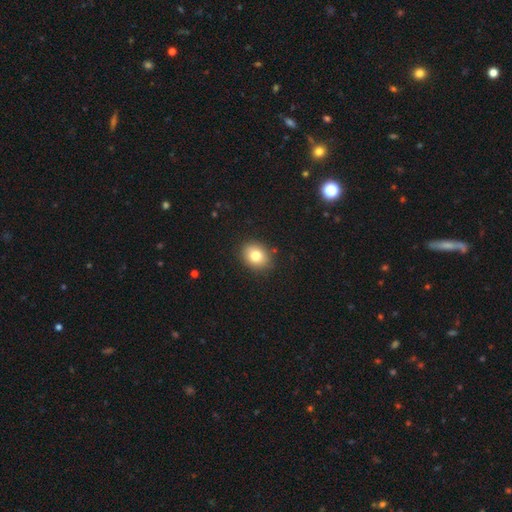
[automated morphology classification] smooth_or_featured: smooth (p=0.79) [alt: featured or disk p=0.11]
how_rounded: round (p=0.53) [alt: in between p=0.46]
merging: none (p=0.88) [alt: minor disturbance p=0.09]